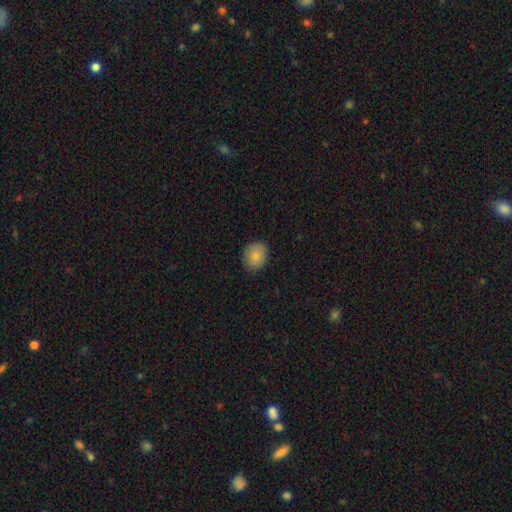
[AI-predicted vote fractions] smooth_or_featured: smooth (p=0.83) [alt: featured or disk p=0.09]
how_rounded: round (p=0.61) [alt: in between p=0.39]
merging: none (p=0.85) [alt: minor disturbance p=0.12]